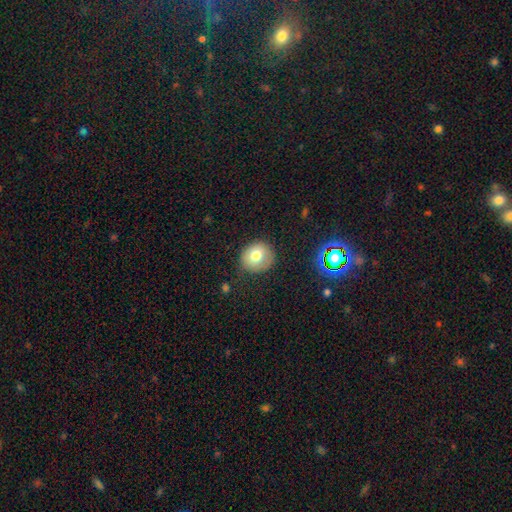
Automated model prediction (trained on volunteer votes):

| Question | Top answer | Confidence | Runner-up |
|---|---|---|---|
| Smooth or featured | smooth | 75% | featured or disk (15%) |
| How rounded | round | 78% | in between (22%) |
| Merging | none | 80% | minor disturbance (14%) |